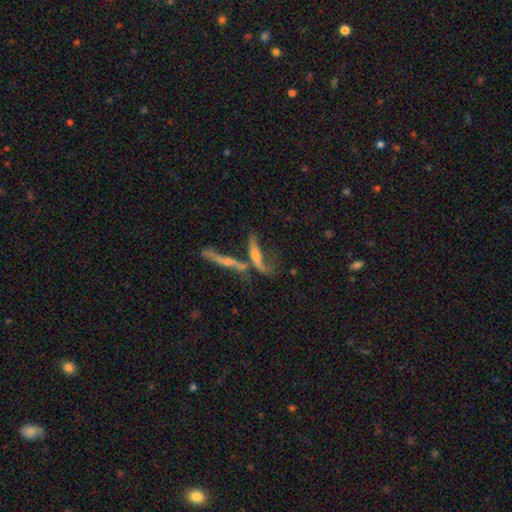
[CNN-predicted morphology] Q: Smooth or featured?
A: featured or disk (59%); runner-up: smooth (29%)
Q: Edge-on disk?
A: yes (65%); runner-up: no (35%)
Q: Merging?
A: merger (47%); runner-up: none (27%)